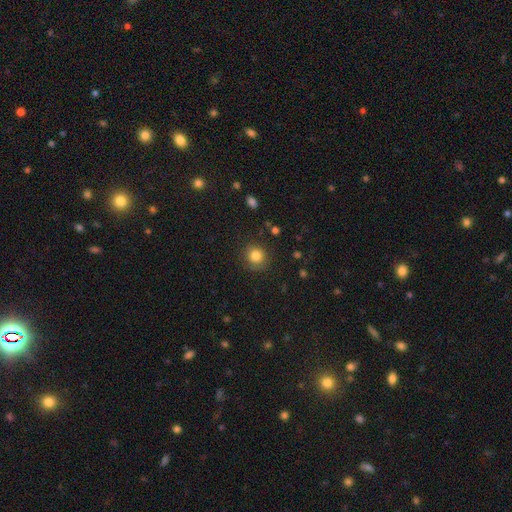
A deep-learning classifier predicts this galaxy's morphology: A smooth galaxy with no disk features (83%) that is round (89%).

Vote fractions:
- Smooth or featured? smooth: 83% / star or artifact: 11% / featured or disk: 6%
- How rounded? round: 89% / in between: 10% / cigar-shaped: 1%
- Merging? none: 84% / minor disturbance: 11% / major disturbance: 4% / merger: 2%